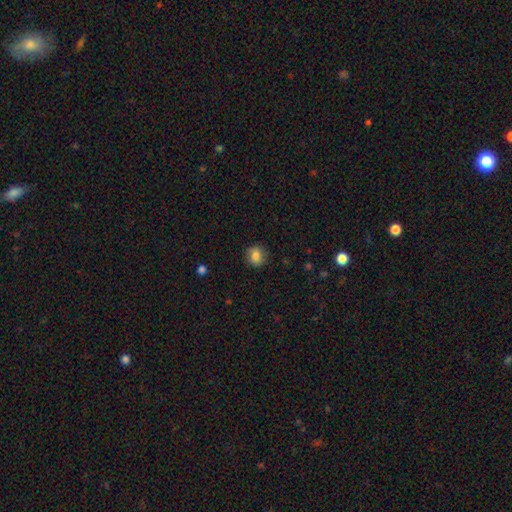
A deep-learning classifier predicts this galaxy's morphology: A smooth galaxy with no disk features (80%) that is round (79%). Merging: none (86%).